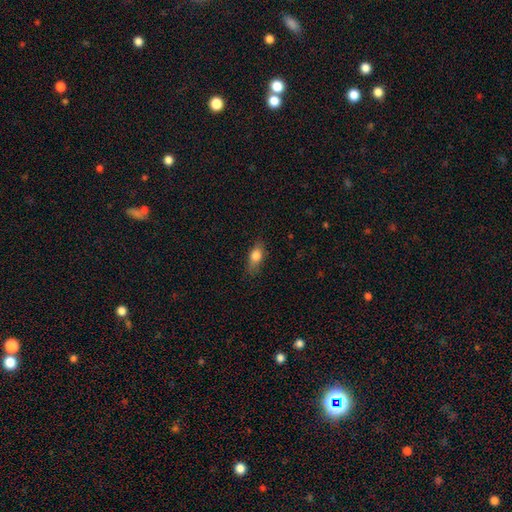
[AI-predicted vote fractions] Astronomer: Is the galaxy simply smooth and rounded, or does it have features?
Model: smooth — 77%.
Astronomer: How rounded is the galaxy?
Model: in between — 75%.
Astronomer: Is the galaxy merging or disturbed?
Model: none — 76%.